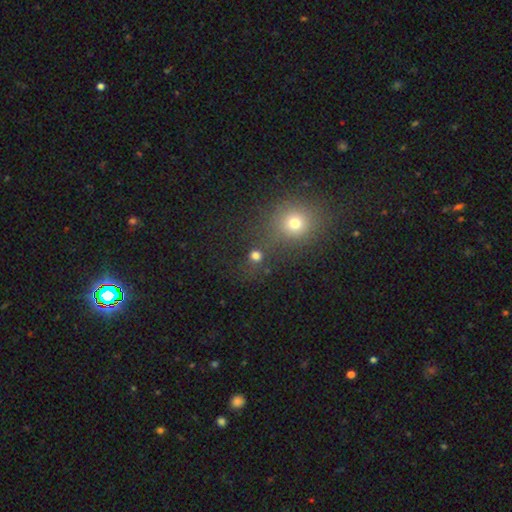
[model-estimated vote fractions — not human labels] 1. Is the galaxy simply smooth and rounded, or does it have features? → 72% smooth, 22% star or artifact, 6% featured or disk.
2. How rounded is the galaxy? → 88% round, 11% in between, 1% cigar-shaped.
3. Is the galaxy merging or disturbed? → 74% none, 14% merger, 7% minor disturbance, 4% major disturbance.